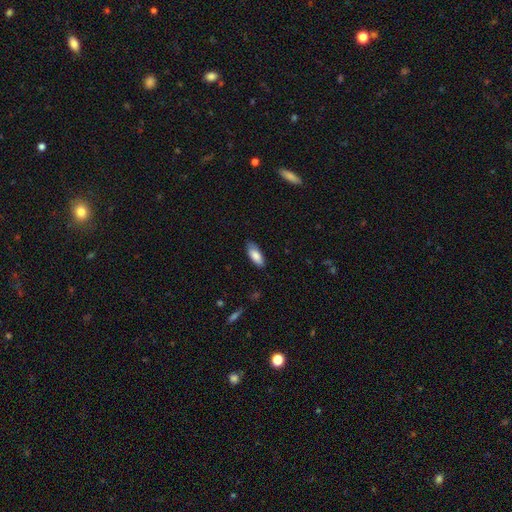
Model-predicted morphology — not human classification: This is clearly a smooth galaxy (83%). How rounded: likely in between (80%). Merging: likely none (80%).